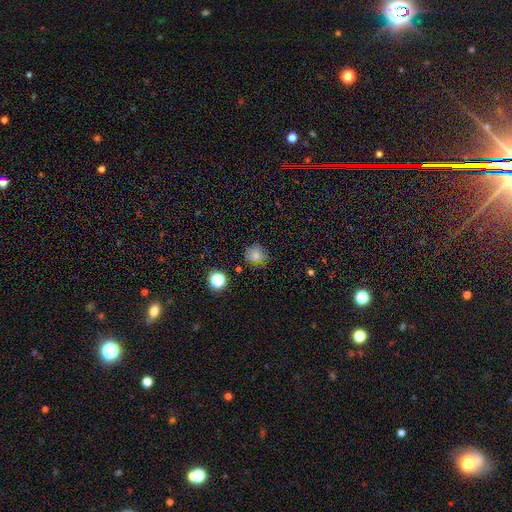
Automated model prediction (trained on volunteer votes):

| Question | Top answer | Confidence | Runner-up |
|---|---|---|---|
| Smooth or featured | smooth | 74% | star or artifact (17%) |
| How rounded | round | 80% | in between (19%) |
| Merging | none | 69% | minor disturbance (21%) |